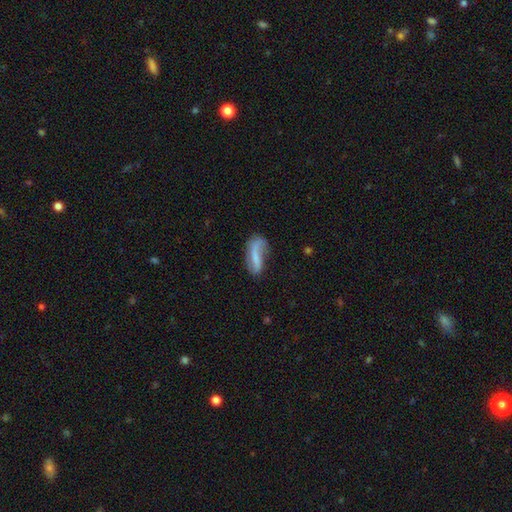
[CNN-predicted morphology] smooth 47%, featured or disk 45%, star or artifact 8%. Down the decision tree: merging — none (44%).